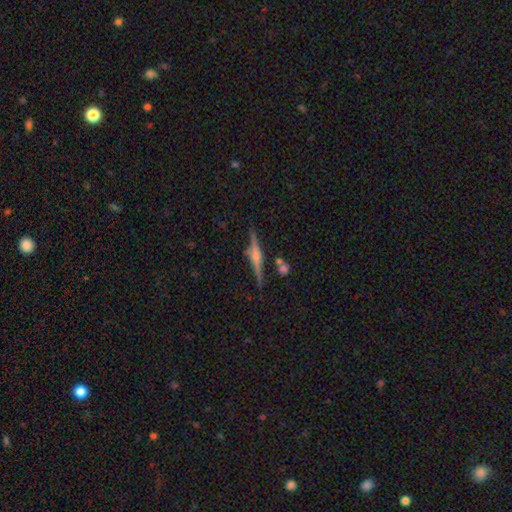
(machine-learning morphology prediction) Smooth or featured? featured or disk (76%)
Edge-on disk? yes (98%)
Edge-on bulge? rounded (76%)
Merging? none (83%)